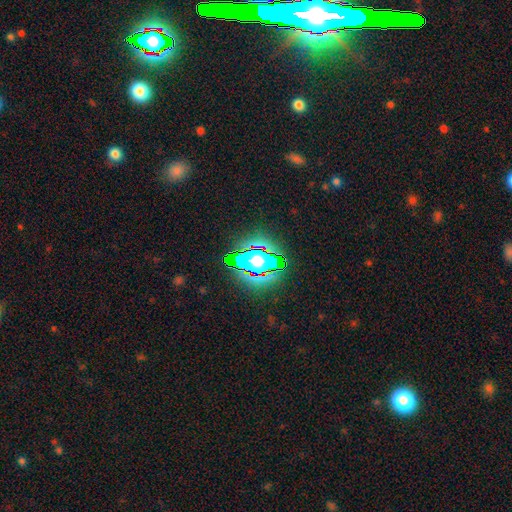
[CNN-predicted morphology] Smooth or featured? Predicted: star or artifact (p=0.75).